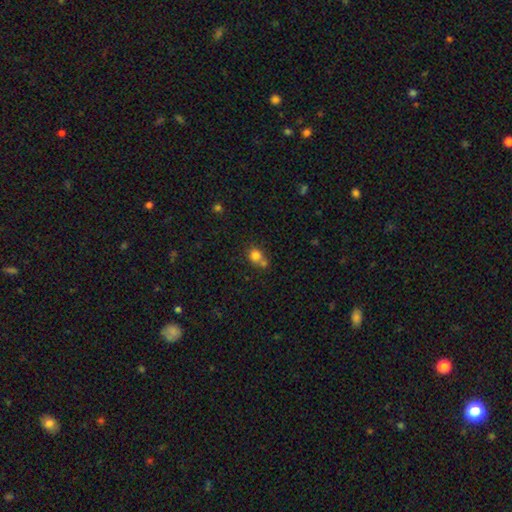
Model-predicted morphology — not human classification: Q: Smooth or featured?
A: smooth (79%); runner-up: star or artifact (11%)
Q: How rounded?
A: round (75%); runner-up: in between (24%)
Q: Merging?
A: merger (42%); tied with: none (42%)